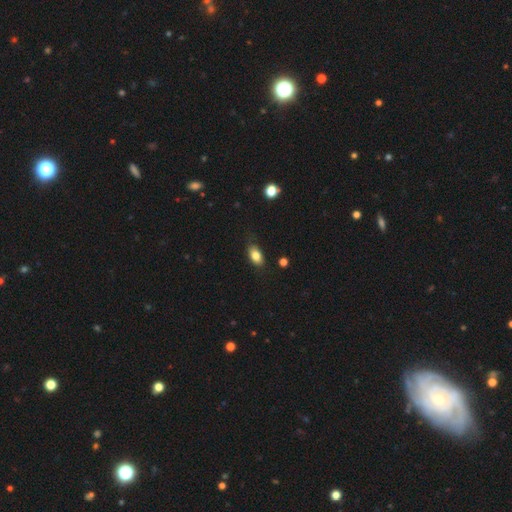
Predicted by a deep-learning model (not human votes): The model was most divided on "merging": none: 78%, minor disturbance: 17%, major disturbance: 3%, merger: 2%. More confident: how rounded — in between (88%); smooth or featured — smooth (82%).